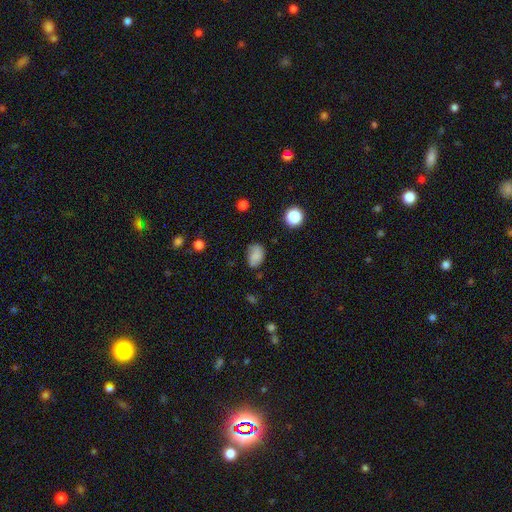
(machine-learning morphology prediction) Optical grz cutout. It shows a smooth galaxy with no disk features (79%) that is in between round and cigar-shaped (80%). Merging: none (66%).